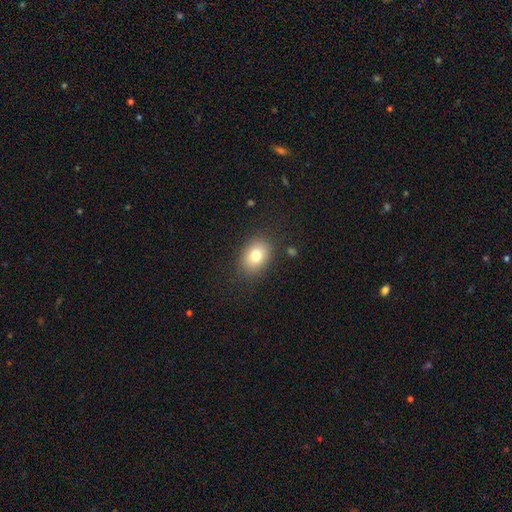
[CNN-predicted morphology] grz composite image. It shows a smooth galaxy with no disk features (79%) that is in between round and cigar-shaped (66%). Merging: none (84%).